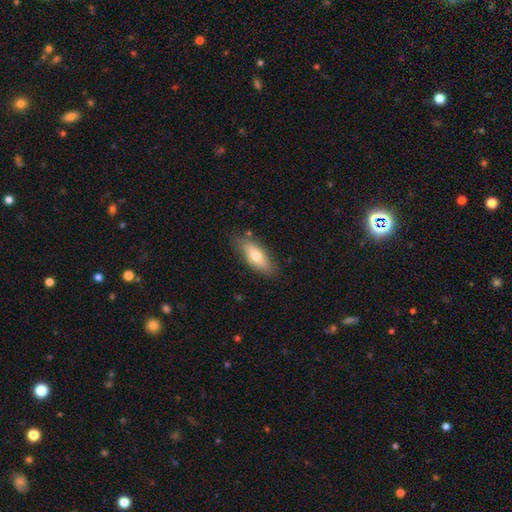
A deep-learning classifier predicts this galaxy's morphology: smooth-or-featured: smooth: 68% | featured or disk: 26% | star or artifact: 7%
  how-rounded: in between: 70% | cigar-shaped: 27% | round: 3%
  merging: none: 80% | minor disturbance: 15% | major disturbance: 3% | merger: 2%